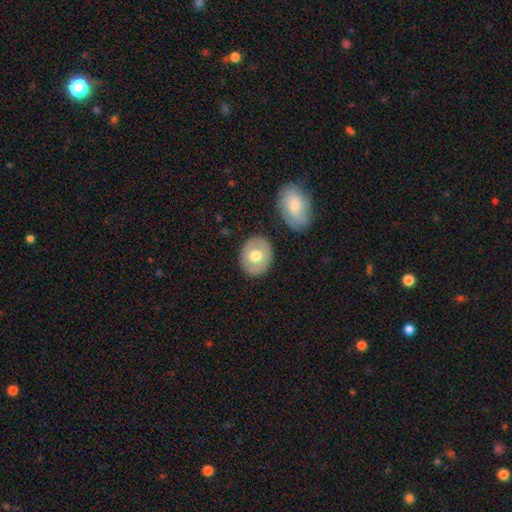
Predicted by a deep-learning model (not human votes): The model was most divided on "how rounded": round: 55%, in between: 44%, cigar-shaped: 1%. More confident: merging — none (83%); smooth or featured — smooth (61%).